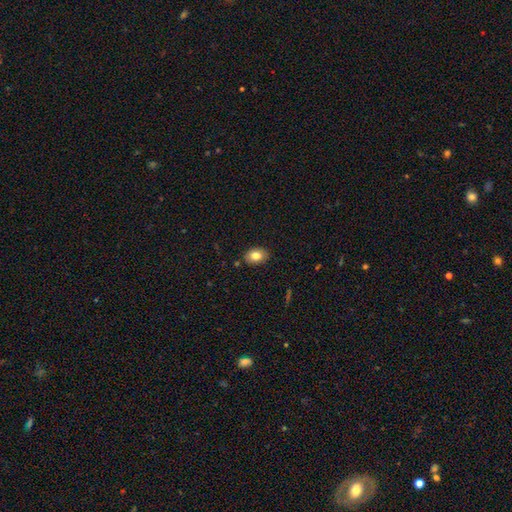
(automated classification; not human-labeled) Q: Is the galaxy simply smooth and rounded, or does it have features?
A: smooth — 80%.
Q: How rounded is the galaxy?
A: in between — 77%.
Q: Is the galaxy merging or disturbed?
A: none — 87%.